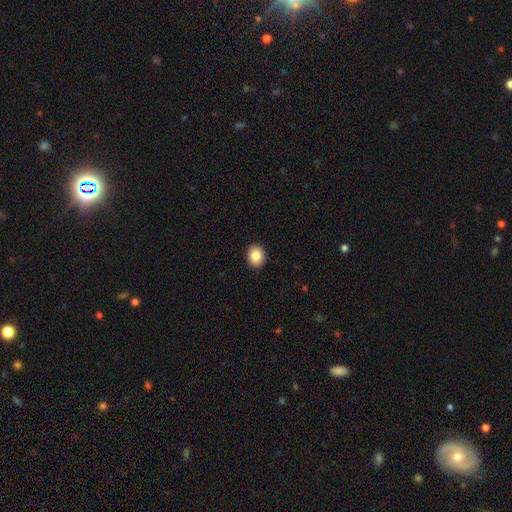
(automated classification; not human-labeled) smooth-or-featured: smooth: 86% | star or artifact: 8% | featured or disk: 6%
  how-rounded: round: 58% | in between: 41% | cigar-shaped: 1%
  merging: none: 92% | minor disturbance: 6% | major disturbance: 2% | merger: 1%